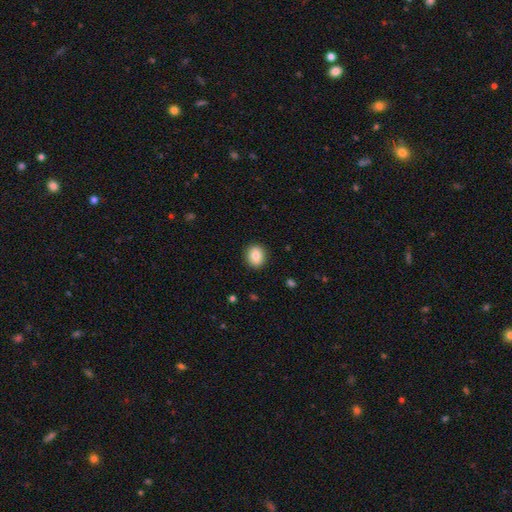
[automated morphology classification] The model was most divided on "how rounded": round: 65%, in between: 34%, cigar-shaped: 1%. More confident: merging — none (90%); smooth or featured — smooth (85%).